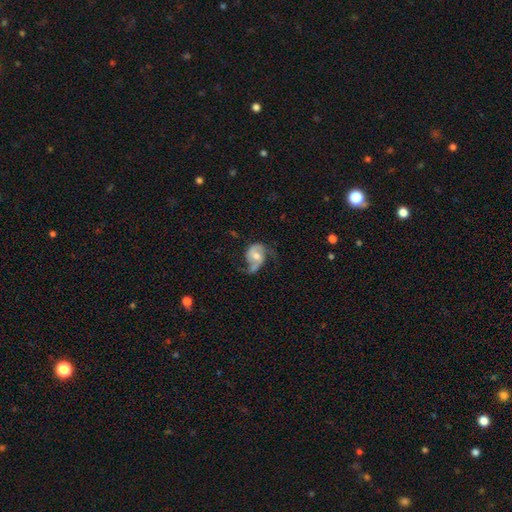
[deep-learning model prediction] Overall: featured or disk (72%). Edge-on disk: no (97%). Bar: no (47%; weak 40%). Spiral arms: yes (90%). Spiral arm count: 2 (81%). Spiral winding: loose (50%; medium 38%). Bulge size: moderate (64%; small 26%). Merging: none (49%; minor disturbance 26%).